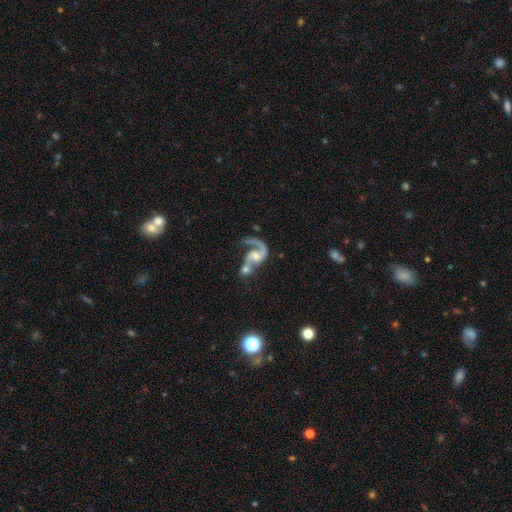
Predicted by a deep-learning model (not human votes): smooth-or-featured: featured or disk: 82% | smooth: 12% | star or artifact: 6%
  disk-edge-on: no: 97% | yes: 3%
    bar: no: 56% | weak: 34% | strong: 10%
    has-spiral-arms: yes: 92% | no: 8%
      spiral-winding: loose: 55% | medium: 36% | tight: 9%
      spiral-arm-count: 2: 53% | 1: 41% | can't tell: 3% | 3: 1% | 4: 1% | more than 4: 1%
    bulge-size: moderate: 47% | small: 36% | none: 9% | large: 7% | dominant: 2%
  merging: merger: 56% | none: 19% | major disturbance: 17% | minor disturbance: 8%